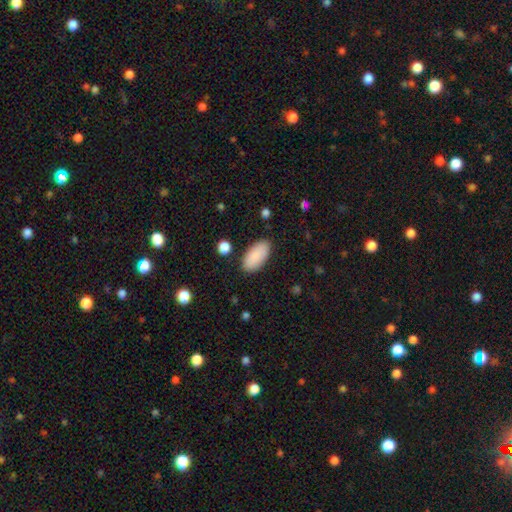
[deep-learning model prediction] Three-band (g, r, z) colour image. It shows a smooth galaxy with no disk features (88%) that is in between round and cigar-shaped (94%). Merging: none (85%).